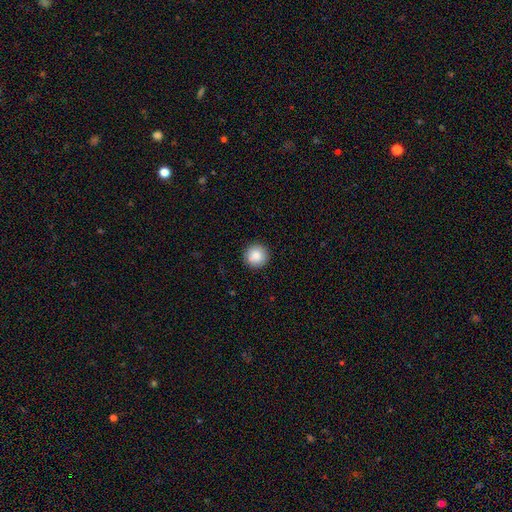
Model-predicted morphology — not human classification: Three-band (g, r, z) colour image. It shows a smooth galaxy with no disk features (87%) that is round (96%). Merging: none (92%).